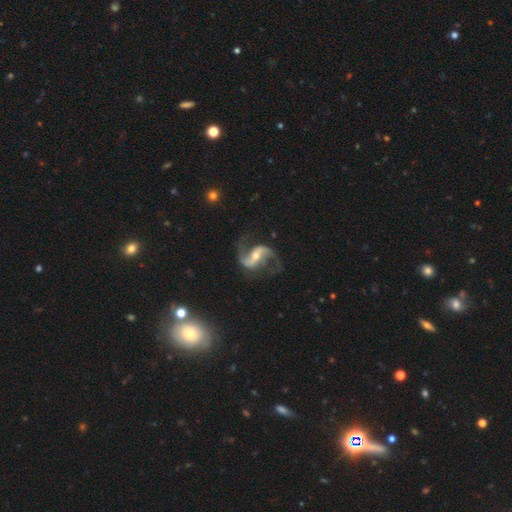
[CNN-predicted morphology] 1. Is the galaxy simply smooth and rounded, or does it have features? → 92% featured or disk, 4% star or artifact, 3% smooth.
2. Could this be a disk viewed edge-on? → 98% no, 2% yes.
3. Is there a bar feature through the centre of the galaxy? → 43% strong, 37% weak, 20% no.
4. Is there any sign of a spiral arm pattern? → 98% yes, 2% no.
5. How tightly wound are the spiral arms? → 64% loose, 31% medium, 5% tight.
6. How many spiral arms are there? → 94% 2, 2% 1, 1% can't tell, 1% 3, 1% 4, 1% more than 4.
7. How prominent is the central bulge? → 47% moderate (tied), 47% small (tied), 3% large, 2% none, 1% dominant.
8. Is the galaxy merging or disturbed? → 76% none, 14% minor disturbance, 9% major disturbance, 2% merger.